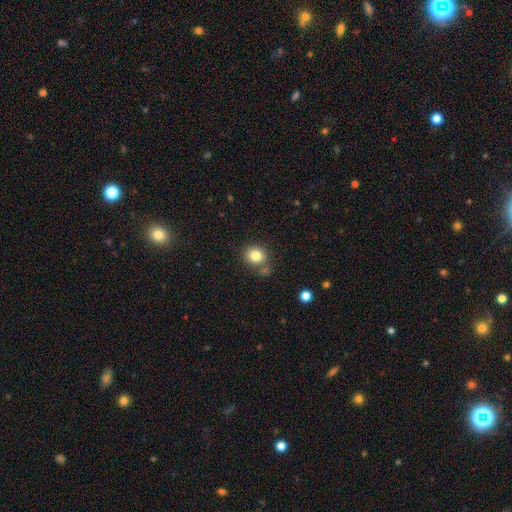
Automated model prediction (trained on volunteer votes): Smooth or featured?
  - smooth: 82% *
  - star or artifact: 11%
  - featured or disk: 8%
How rounded?
  - round: 77% *
  - in between: 22%
  - cigar-shaped: 1%
Merging?
  - none: 70% *
  - merger: 14%
  - minor disturbance: 13%
  - major disturbance: 4%